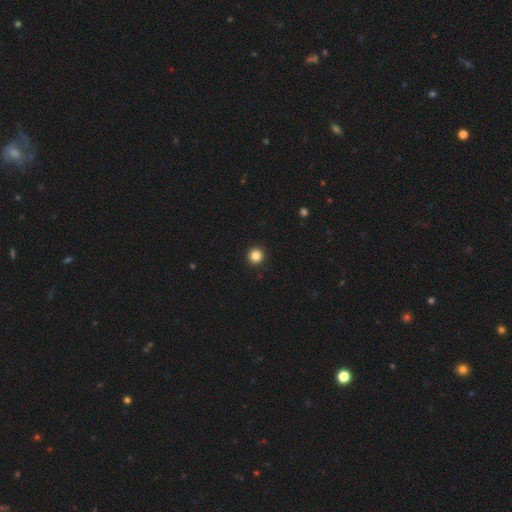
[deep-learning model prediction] The model was most divided on "smooth or featured": smooth: 85%, star or artifact: 11%, featured or disk: 4%. More confident: how rounded — round (96%); merging — none (94%).